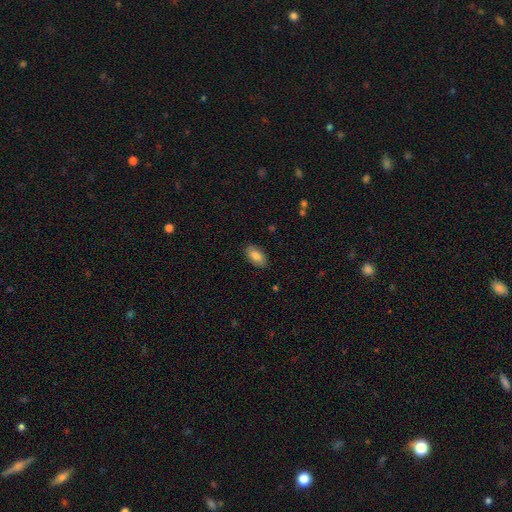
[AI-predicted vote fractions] Smooth or featured: smooth — 83% (featured or disk — 10%)
How rounded: in between — 93% (cigar-shaped — 3%)
Merging: none — 87% (minor disturbance — 10%)